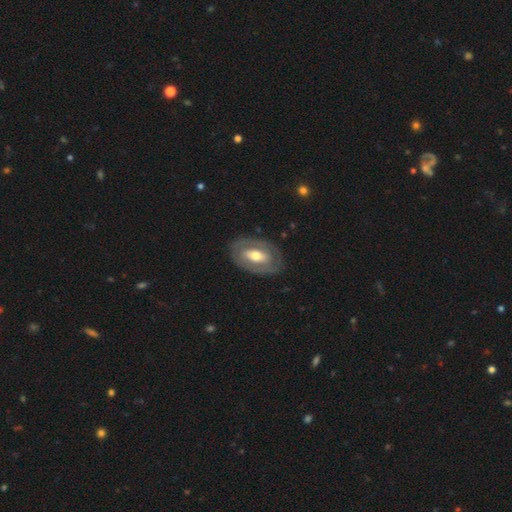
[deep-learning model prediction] Overall: featured or disk (62%; smooth 33%). Edge-on disk: no (91%). Bar: no (42%; strong 30%). Spiral arms: no (69%; yes 31%). Bulge size: moderate (66%). Merging: none (80%).